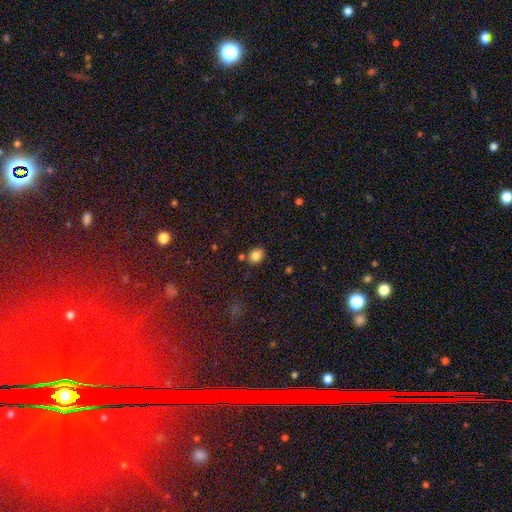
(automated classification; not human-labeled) A smooth galaxy with no disk features (82%) that is in between round and cigar-shaped (52%).

Vote fractions:
- Smooth or featured? smooth: 82% / star or artifact: 11% / featured or disk: 7%
- How rounded? in between: 52% / round: 47% / cigar-shaped: 1%
- Merging? none: 76% / minor disturbance: 13% / merger: 8% / major disturbance: 3%